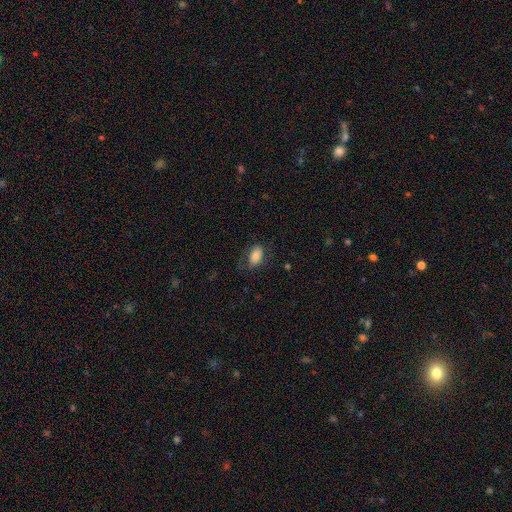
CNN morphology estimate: Smooth or featured? Predicted: smooth (p=0.79). How rounded? Predicted: in between (p=0.90). Merging? Predicted: none (p=0.70).